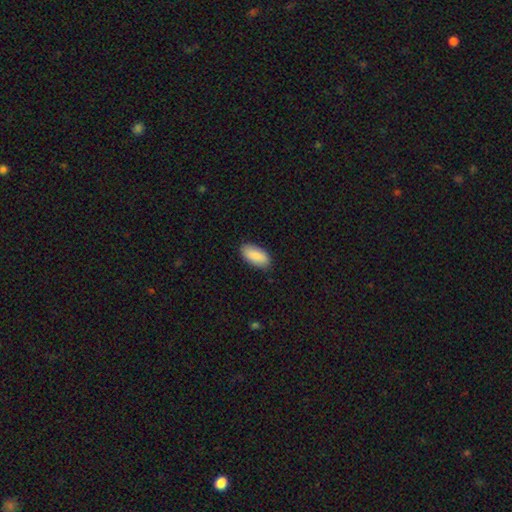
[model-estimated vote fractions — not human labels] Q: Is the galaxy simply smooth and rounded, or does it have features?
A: smooth — 88%.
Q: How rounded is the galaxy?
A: in between — 93%.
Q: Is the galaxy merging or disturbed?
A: none — 87%.